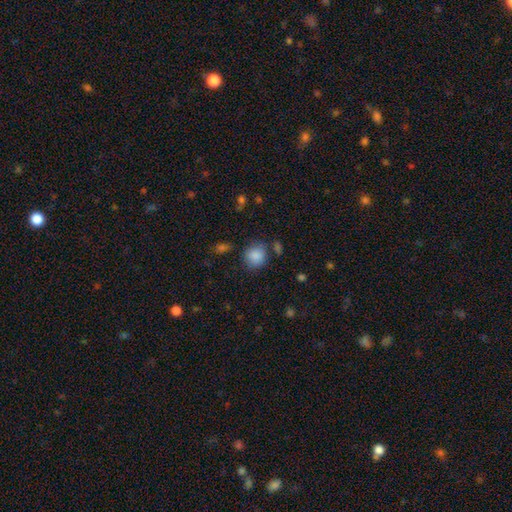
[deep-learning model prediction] Smooth or featured?
  - smooth: 85% *
  - star or artifact: 9%
  - featured or disk: 5%
How rounded?
  - round: 80% *
  - in between: 19%
  - cigar-shaped: 1%
Merging?
  - none: 72% *
  - minor disturbance: 17%
  - merger: 5%
  - major disturbance: 5%